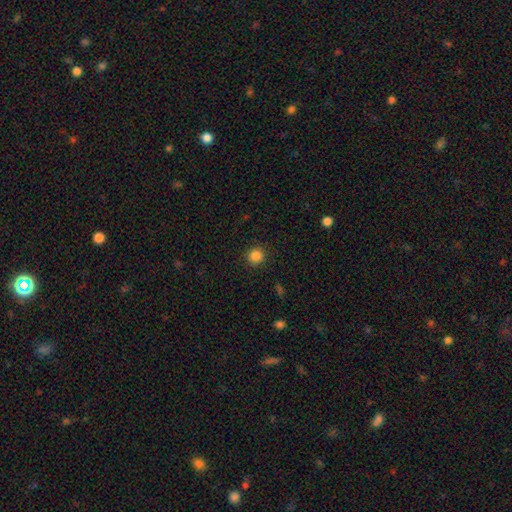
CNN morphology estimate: Q: Smooth or featured?
A: smooth (85%); runner-up: star or artifact (11%)
Q: How rounded?
A: round (93%); runner-up: in between (6%)
Q: Merging?
A: none (91%); runner-up: minor disturbance (6%)